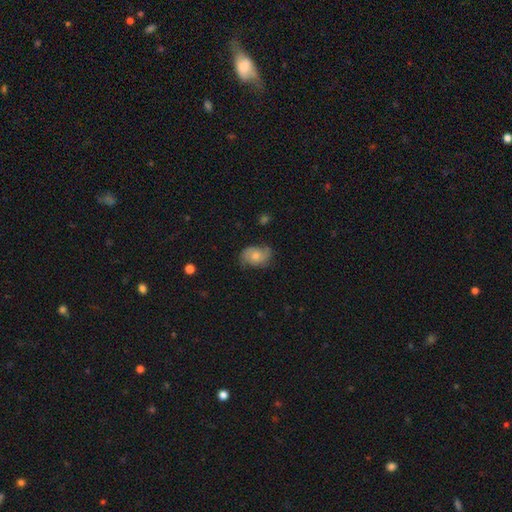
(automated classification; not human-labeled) This is possibly a smooth galaxy (49%). Merging: likely none (63%).